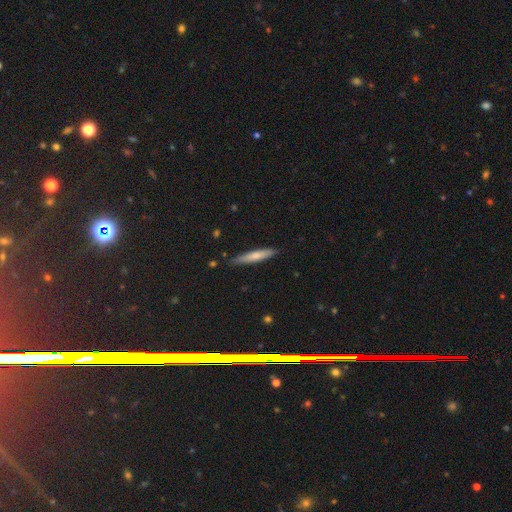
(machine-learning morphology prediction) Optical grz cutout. It shows a smooth galaxy with no disk features (66%) that is cigar-shaped (92%). Merging: none (86%).